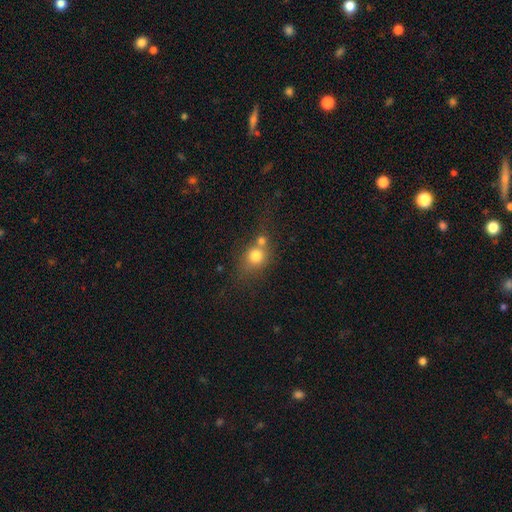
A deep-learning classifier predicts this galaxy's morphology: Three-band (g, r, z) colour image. It shows a smooth galaxy with no disk features (75%) that is round (74%). Merging: merger (45%).